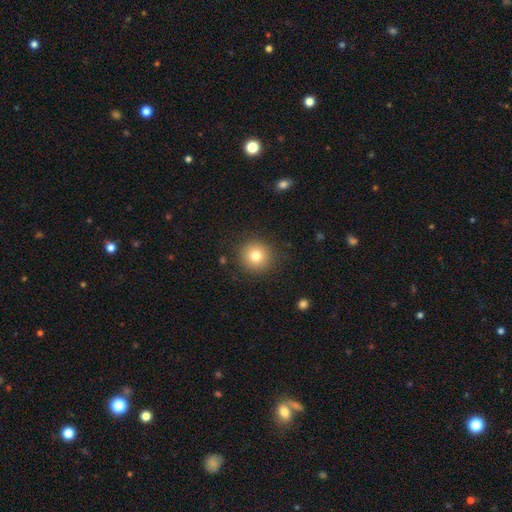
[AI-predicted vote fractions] Overall: smooth (78%). How rounded: round (94%). Merging: none (89%).